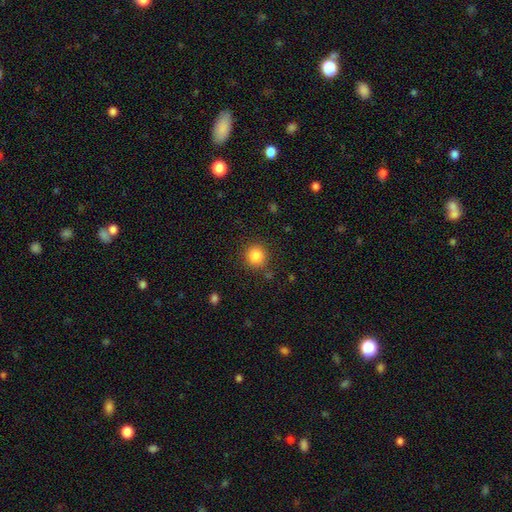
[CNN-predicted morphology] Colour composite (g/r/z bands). It shows a smooth galaxy with no disk features (85%) that is round (92%). Merging: none (86%).